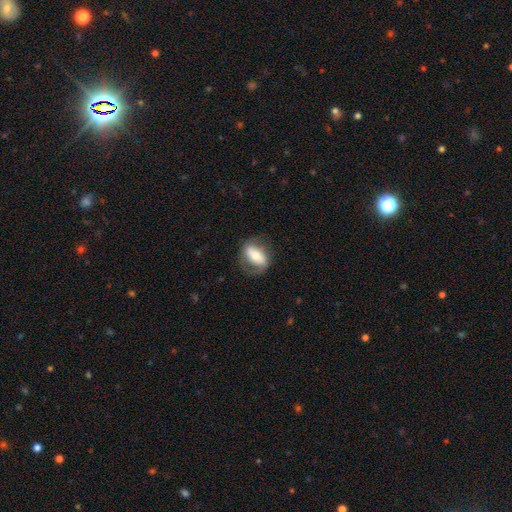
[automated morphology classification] This is possibly a smooth galaxy (47%, tied with featured or disk). Merging: likely none (69%).